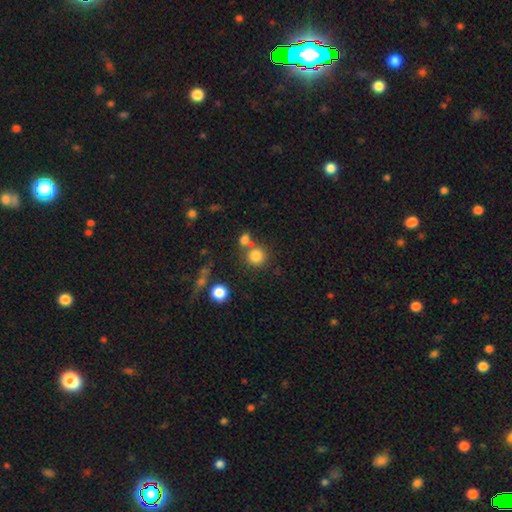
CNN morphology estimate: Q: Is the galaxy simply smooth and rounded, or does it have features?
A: smooth — 80%.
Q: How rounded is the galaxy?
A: round — 91%.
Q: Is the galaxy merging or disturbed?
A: none — 64%.